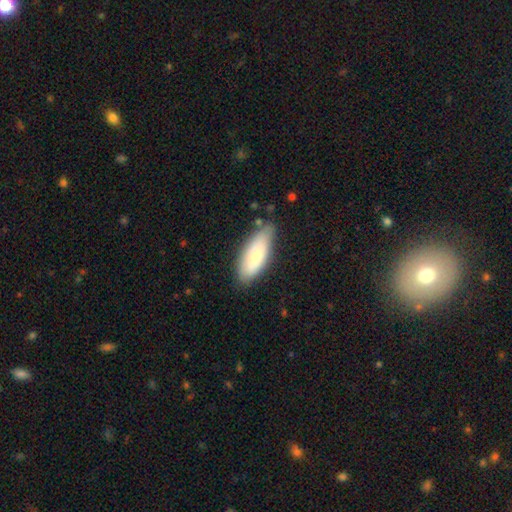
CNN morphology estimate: smooth-or-featured: smooth: 76% | featured or disk: 18% | star or artifact: 6%
  how-rounded: in between: 72% | cigar-shaped: 26% | round: 2%
  merging: none: 73% | minor disturbance: 21% | major disturbance: 4% | merger: 2%